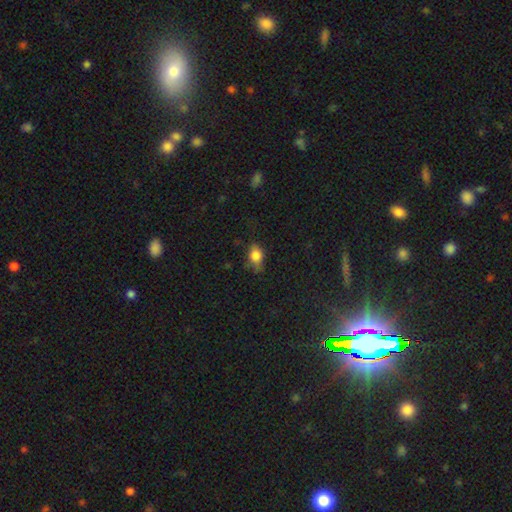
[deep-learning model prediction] This is clearly a smooth galaxy (81%). How rounded: likely in between (74%). Merging: likely none (61%).